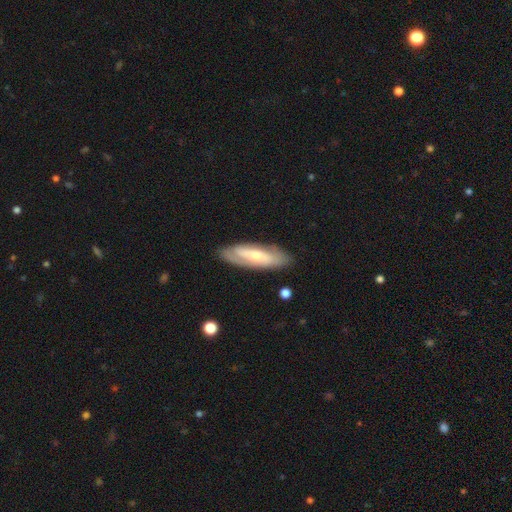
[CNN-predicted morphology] Smooth or featured? featured or disk (60%)
Edge-on disk? no (75%)
Merging? none (80%)